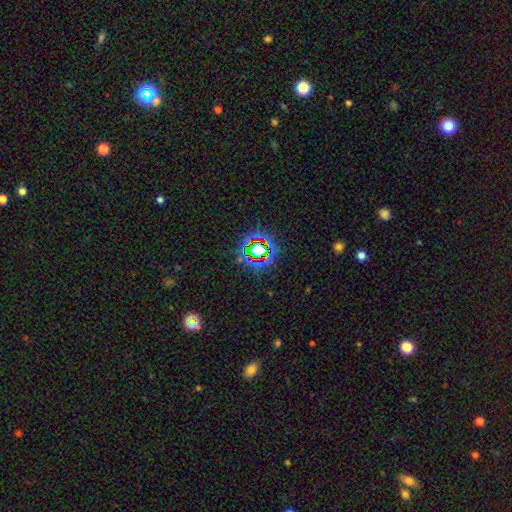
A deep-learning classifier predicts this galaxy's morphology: type=star or artifact (73%).